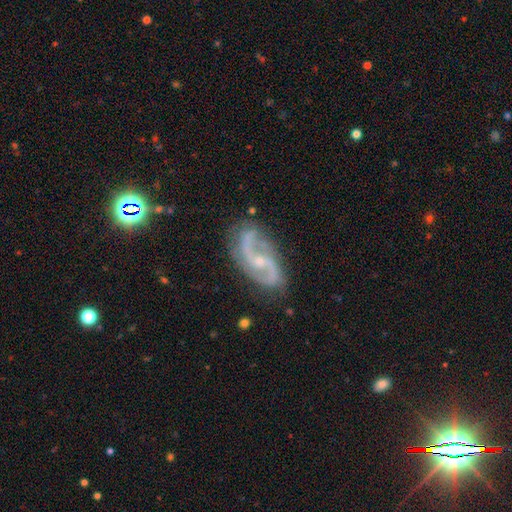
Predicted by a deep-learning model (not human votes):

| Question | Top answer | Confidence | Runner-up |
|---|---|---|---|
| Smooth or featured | featured or disk | 87% | star or artifact (8%) |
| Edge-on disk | no | 96% | yes (4%) |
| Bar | no | 44% | weak (41%) |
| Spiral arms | yes | 97% | no (3%) |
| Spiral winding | medium | 43% | loose (42%) |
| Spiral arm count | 2 | 89% | can't tell (4%) |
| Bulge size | small | 71% | moderate (23%) |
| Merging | none | 77% | minor disturbance (15%) |